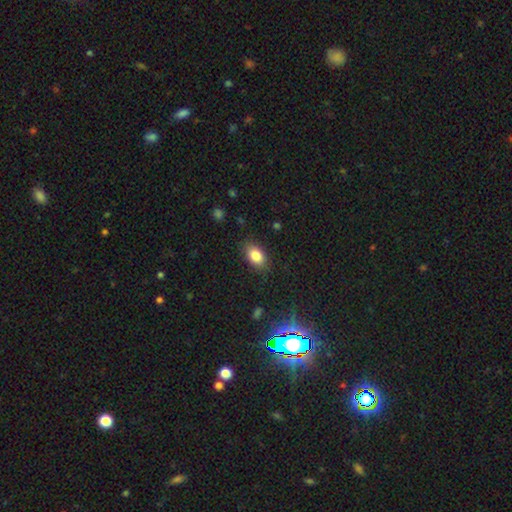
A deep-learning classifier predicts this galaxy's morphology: A smooth galaxy with no disk features (84%) that is in between round and cigar-shaped (85%).

Vote fractions:
- Smooth or featured? smooth: 84% / star or artifact: 9% / featured or disk: 7%
- How rounded? in between: 85% / round: 14% / cigar-shaped: 2%
- Merging? none: 84% / minor disturbance: 12% / major disturbance: 3% / merger: 1%